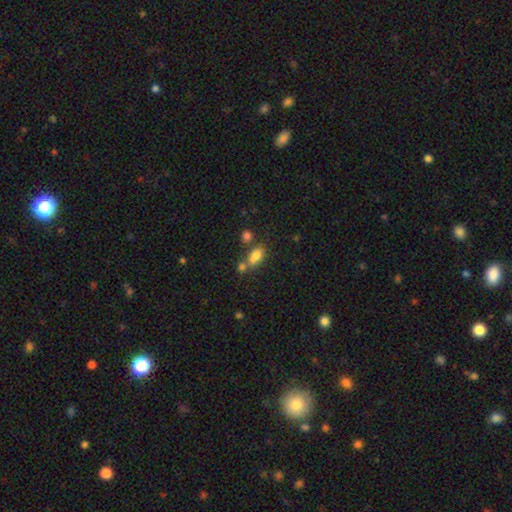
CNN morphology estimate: Q: Smooth or featured?
A: smooth (78%); runner-up: star or artifact (11%)
Q: How rounded?
A: in between (84%); runner-up: round (10%)
Q: Merging?
A: none (47%); runner-up: merger (34%)